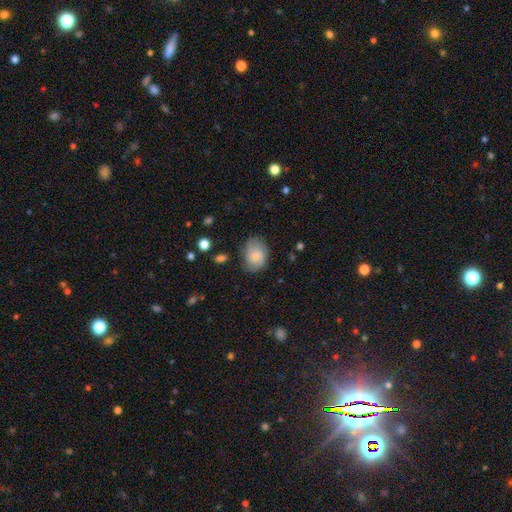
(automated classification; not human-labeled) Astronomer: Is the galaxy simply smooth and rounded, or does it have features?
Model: smooth — 68%.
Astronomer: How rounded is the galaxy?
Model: in between — 67%.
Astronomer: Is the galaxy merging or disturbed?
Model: none — 69%.